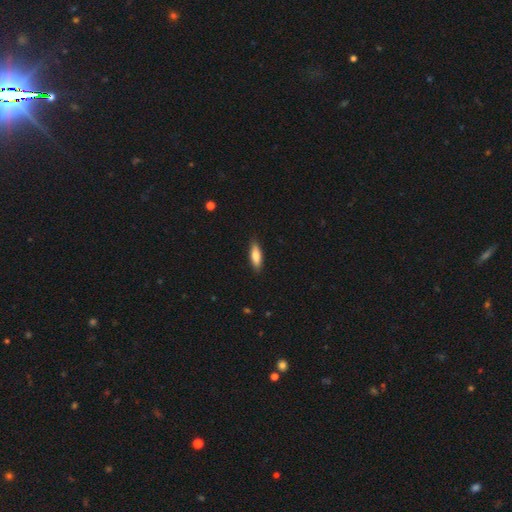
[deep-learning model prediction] Morphology: type=smooth (81%); roundness=in between (53%); merging=none (87%).